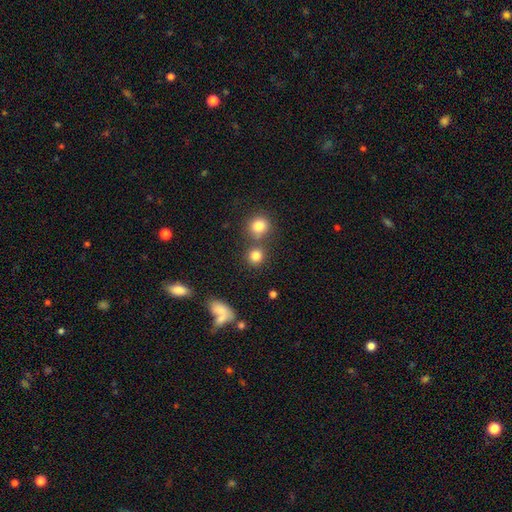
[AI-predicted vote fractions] Smooth or featured? smooth (81%)
How rounded? round (87%)
Merging? none (67%)